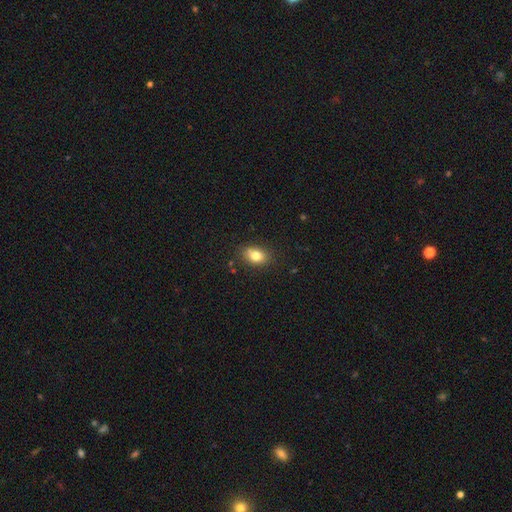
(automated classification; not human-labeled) This appears to be a smooth galaxy with no disk features (79%) that is in between round and cigar-shaped (71%). Merging: none (80%).